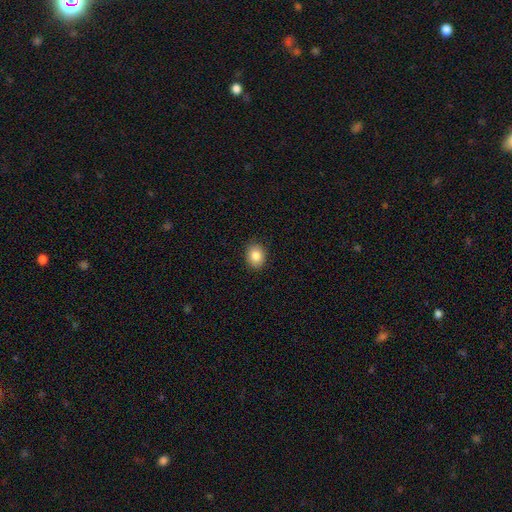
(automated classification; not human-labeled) The model was most divided on "how rounded": in between: 50%, round: 49%, cigar-shaped: 1%. More confident: merging — none (88%); smooth or featured — smooth (85%).